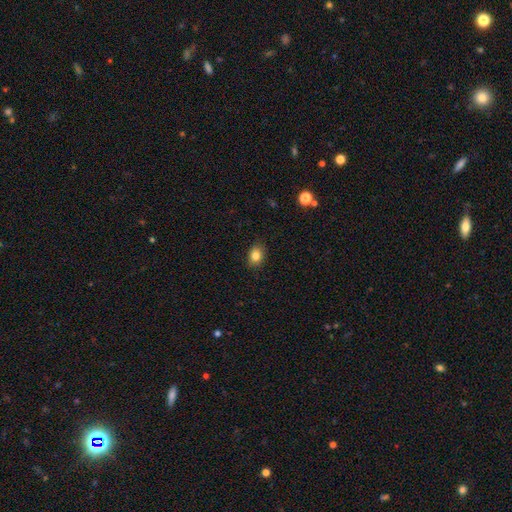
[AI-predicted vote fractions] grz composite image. It shows a smooth galaxy with no disk features (83%) that is in between round and cigar-shaped (65%). Merging: none (87%).